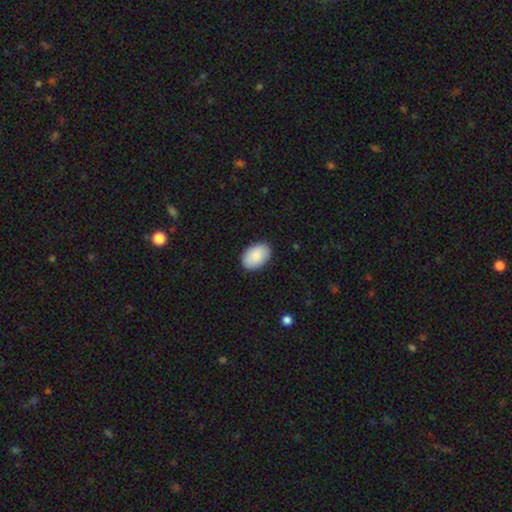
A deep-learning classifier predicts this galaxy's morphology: smooth-or-featured: smooth: 88% | featured or disk: 6% | star or artifact: 6%
  how-rounded: in between: 89% | round: 10% | cigar-shaped: 1%
  merging: none: 89% | minor disturbance: 9% | major disturbance: 2% | merger: 1%